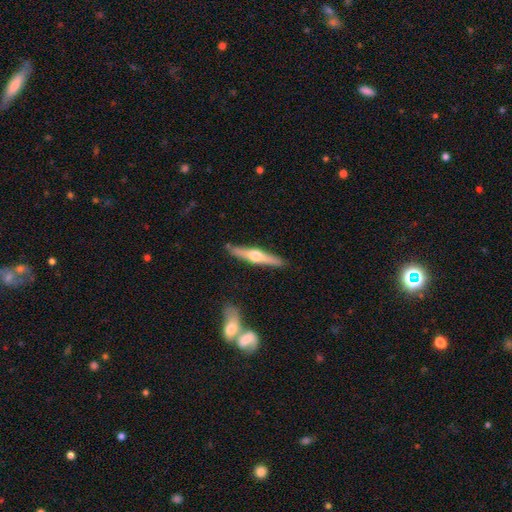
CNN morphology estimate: type=featured or disk (64%); edge-on=yes (96%); edge-on bulge=rounded (94%); merging=none (87%).